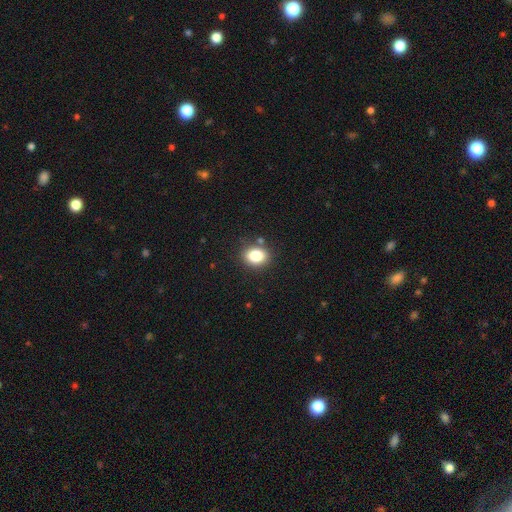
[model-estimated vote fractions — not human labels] A smooth galaxy with no disk features (83%) that is round (51%). Merging: none (84%).